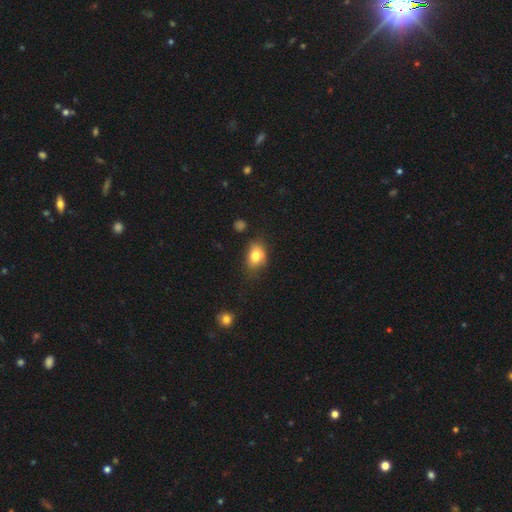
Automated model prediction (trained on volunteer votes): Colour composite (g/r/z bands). It shows a smooth galaxy with no disk features (79%) that is in between round and cigar-shaped (70%). Merging: none (61%).